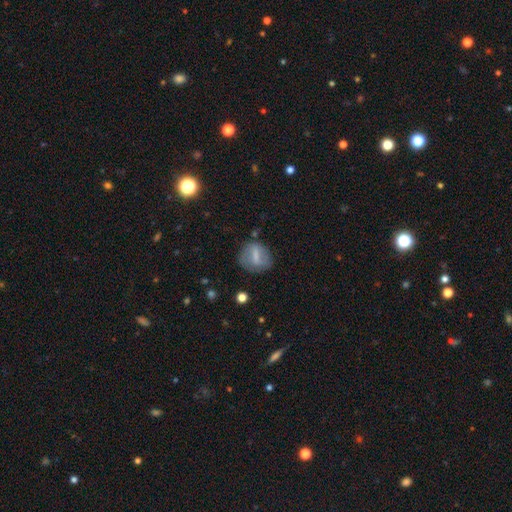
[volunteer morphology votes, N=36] Q: Smooth or featured?
A: smooth (61%); runner-up: featured or disk (36%)
Q: How rounded?
A: round (50%); runner-up: in between (45%)
Q: Merging?
A: none (60%); runner-up: minor disturbance (20%)